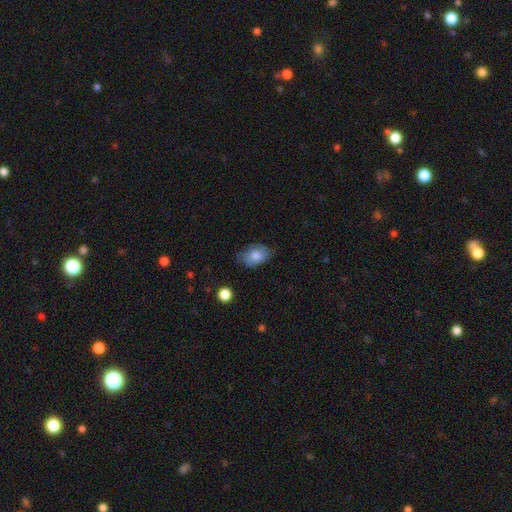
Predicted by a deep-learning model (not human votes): smooth_or_featured: smooth (p=0.78) [alt: featured or disk p=0.14]
how_rounded: in between (p=0.85) [alt: round p=0.14]
merging: none (p=0.67) [alt: minor disturbance p=0.26]